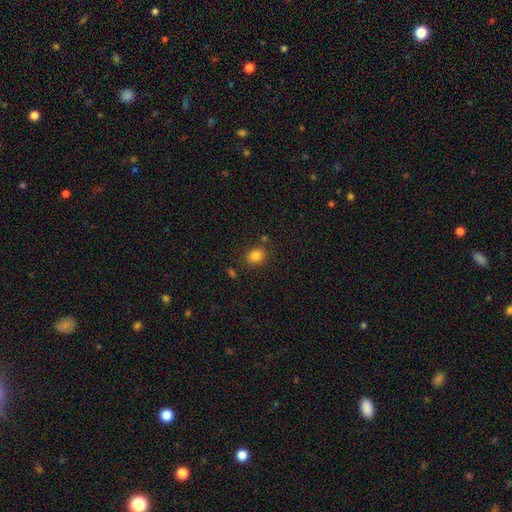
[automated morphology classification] Smooth or featured? Predicted: smooth (p=0.83). How rounded? Predicted: round (p=0.54). Merging? Predicted: none (p=0.79).